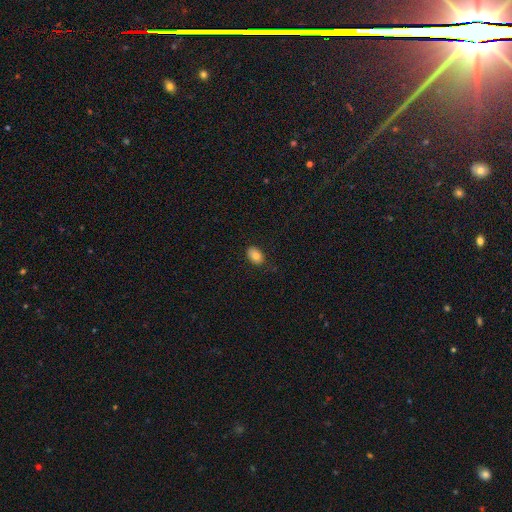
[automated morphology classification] Smooth or featured: smooth — 81% (featured or disk — 10%)
How rounded: in between — 80% (round — 19%)
Merging: none — 82% (minor disturbance — 14%)